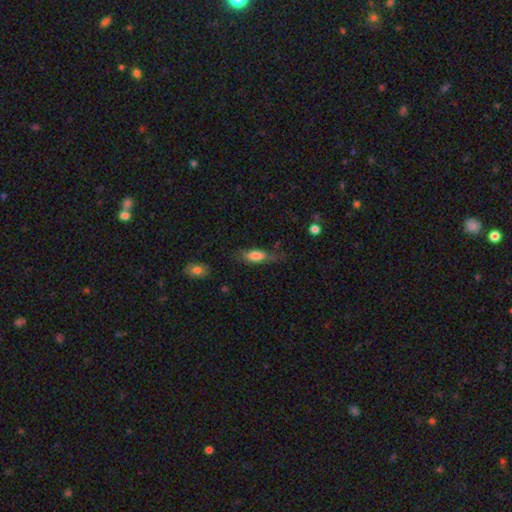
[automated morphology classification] Smooth or featured?
  - smooth: 71% *
  - featured or disk: 21%
  - star or artifact: 7%
How rounded?
  - in between: 63% *
  - cigar-shaped: 34%
  - round: 3%
Merging?
  - none: 55% *
  - minor disturbance: 27%
  - major disturbance: 15%
  - merger: 3%